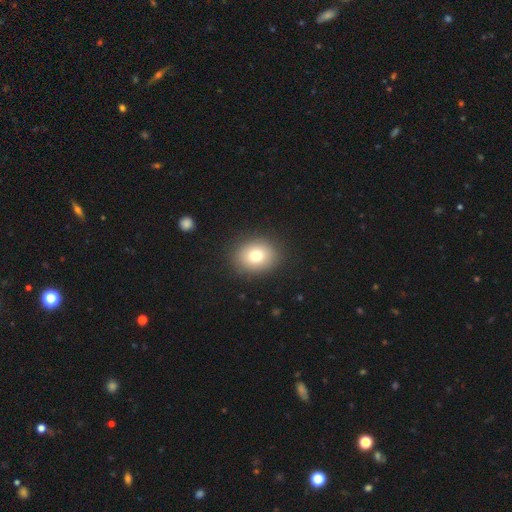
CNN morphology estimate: smooth 76%, featured or disk 12%, star or artifact 12%. Down the decision tree: how rounded — round (60%); merging — none (89%).